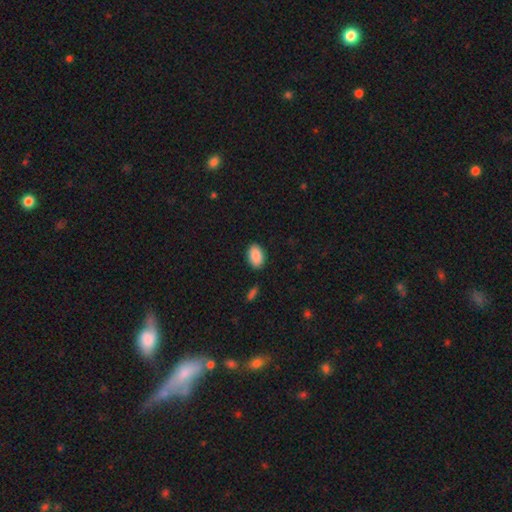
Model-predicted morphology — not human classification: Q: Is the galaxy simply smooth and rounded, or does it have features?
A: smooth — 89%.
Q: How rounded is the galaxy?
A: in between — 93%.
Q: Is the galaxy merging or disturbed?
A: none — 87%.